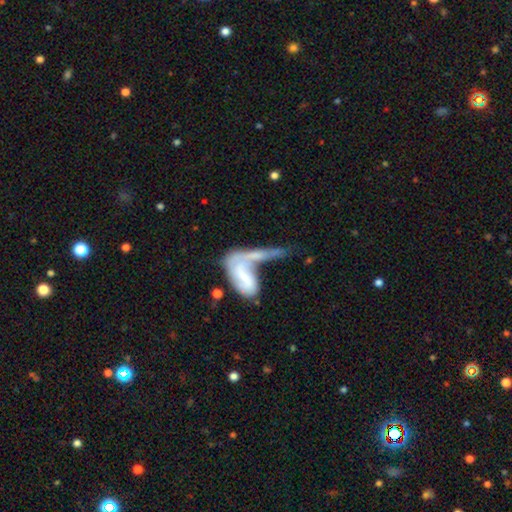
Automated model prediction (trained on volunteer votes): The model was most divided on "smooth or featured": featured or disk: 51%, smooth: 42%, star or artifact: 7%. More confident: edge-on disk — no (84%); merging — merger (56%).